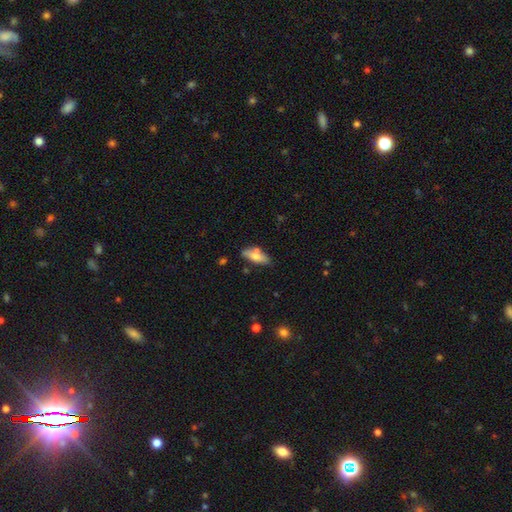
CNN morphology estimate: type=smooth (69%); roundness=in between (72%); merging=none (59%).